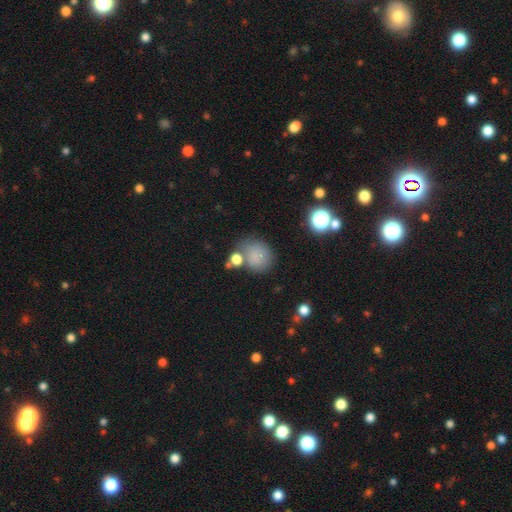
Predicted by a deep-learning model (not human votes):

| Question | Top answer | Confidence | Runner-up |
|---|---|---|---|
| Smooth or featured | smooth | 78% | star or artifact (13%) |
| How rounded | round | 76% | in between (23%) |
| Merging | none | 59% | minor disturbance (18%) |